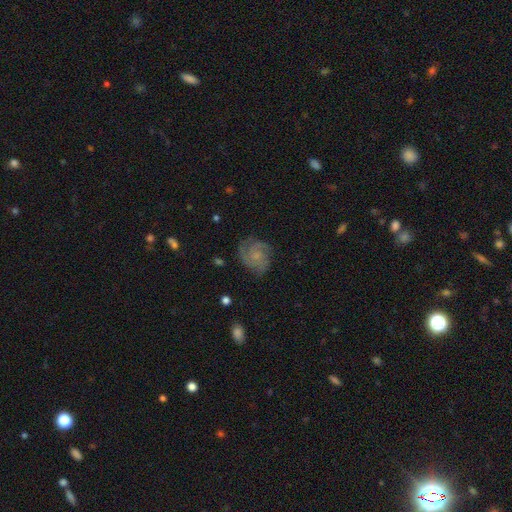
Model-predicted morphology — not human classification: Q: Smooth or featured?
A: featured or disk (71%); runner-up: smooth (20%)
Q: Edge-on disk?
A: no (98%); runner-up: yes (2%)
Q: Bar?
A: no (77%); runner-up: weak (20%)
Q: Spiral arms?
A: yes (93%); runner-up: no (7%)
Q: Spiral winding?
A: tight (49%); runner-up: medium (40%)
Q: Spiral arm count?
A: 3 (38%); runner-up: can't tell (21%)
Q: Bulge size?
A: small (61%); runner-up: moderate (22%)
Q: Merging?
A: none (70%); runner-up: minor disturbance (19%)